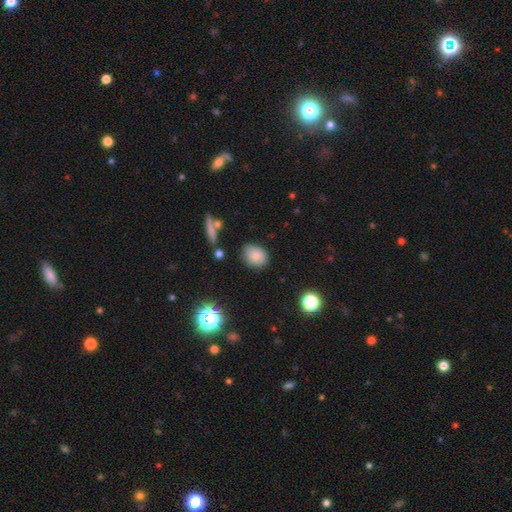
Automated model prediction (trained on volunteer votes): smooth 81%, star or artifact 11%, featured or disk 7%. Down the decision tree: how rounded — in between (54%); merging — none (77%).